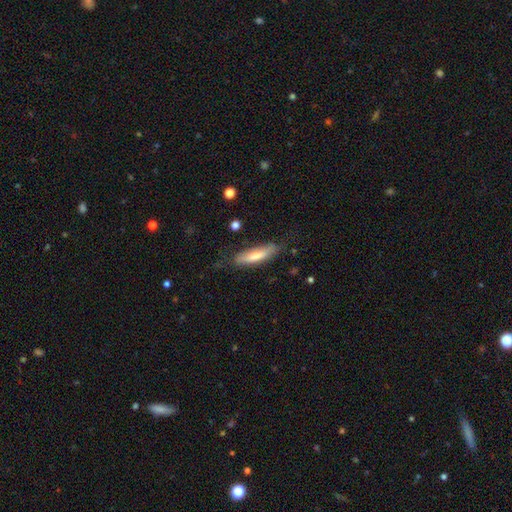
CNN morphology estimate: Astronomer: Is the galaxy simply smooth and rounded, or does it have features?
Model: smooth — 71%.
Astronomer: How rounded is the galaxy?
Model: cigar-shaped — 69%.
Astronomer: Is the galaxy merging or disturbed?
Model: none — 72%.